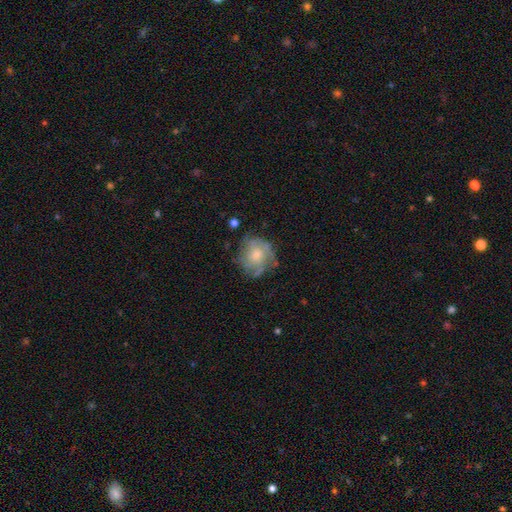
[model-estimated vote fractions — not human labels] This appears to be a featured or disk galaxy (66%) with no bar (81%), tight (52%) spiral arms (85%) and a moderate central bulge (46%, tied with small). Merging: none (71%).